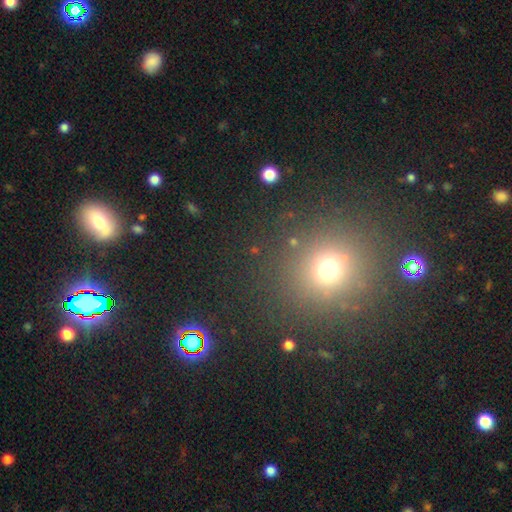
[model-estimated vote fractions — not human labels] smooth-or-featured: smooth: 51% | star or artifact: 39% | featured or disk: 10%
  how-rounded: round: 87% | in between: 12% | cigar-shaped: 2%
  merging: none: 87% | minor disturbance: 7% | major disturbance: 3% | merger: 3%